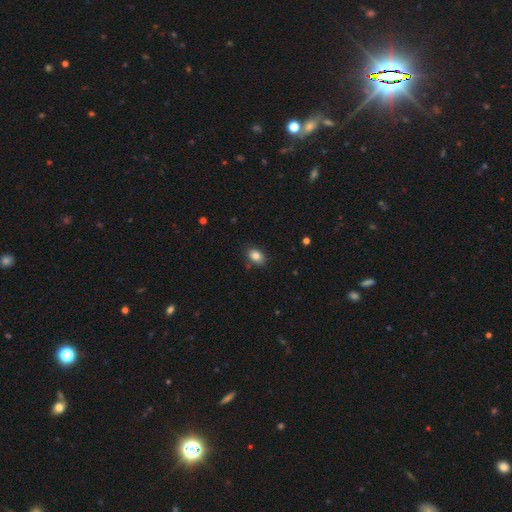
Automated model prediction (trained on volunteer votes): smooth-or-featured: smooth: 85% | star or artifact: 9% | featured or disk: 7%
  how-rounded: in between: 80% | round: 19% | cigar-shaped: 1%
  merging: none: 80% | minor disturbance: 15% | major disturbance: 3% | merger: 2%